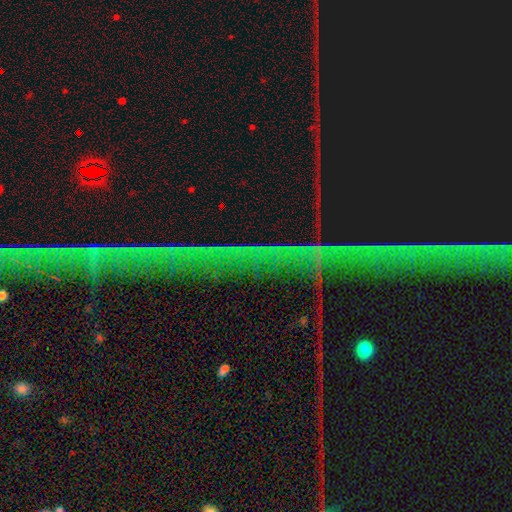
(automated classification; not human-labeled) A star or artifact, not a galaxy (87%).

Vote fractions:
- Smooth or featured? star or artifact: 87% / featured or disk: 7% / smooth: 5%